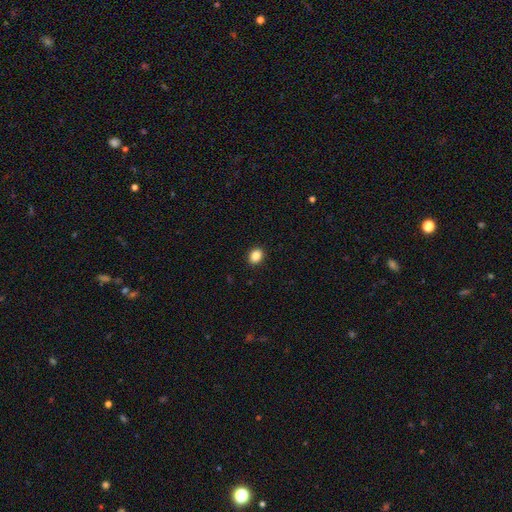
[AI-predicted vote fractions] A smooth galaxy with no disk features (86%) that is round (50%).

Vote fractions:
- Smooth or featured? smooth: 86% / star or artifact: 10% / featured or disk: 5%
- How rounded? round: 50% / in between: 49% / cigar-shaped: 1%
- Merging? none: 92% / minor disturbance: 6% / major disturbance: 2% / merger: 1%